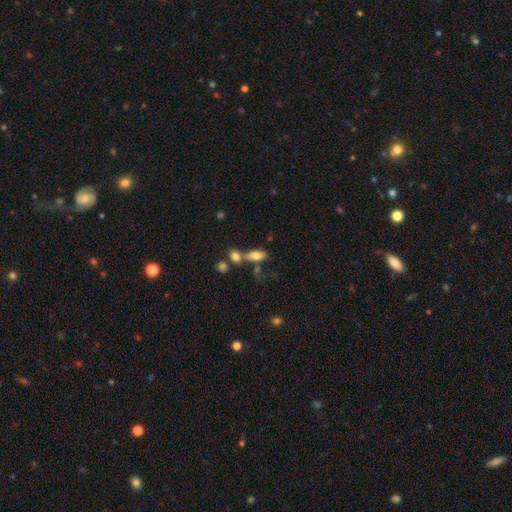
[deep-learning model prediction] The model was most divided on "merging": none: 41%, merger: 35%, minor disturbance: 15%, major disturbance: 9%. More confident: how rounded — in between (76%); smooth or featured — smooth (72%).